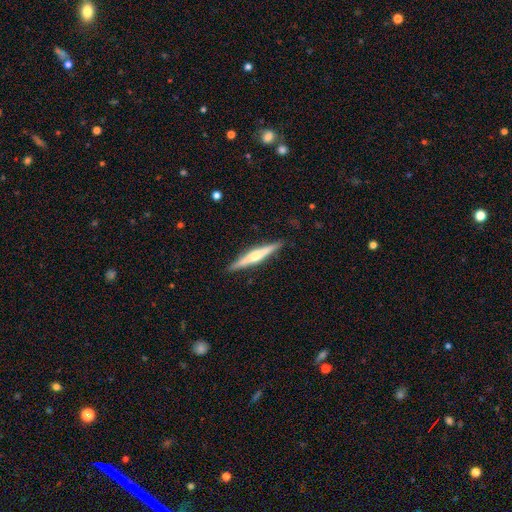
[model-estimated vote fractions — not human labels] This is likely a featured or disk galaxy (64%). It is clearly viewed edge-on (98%). Edge-on bulge: likely rounded (76%). Merging: clearly none (90%).